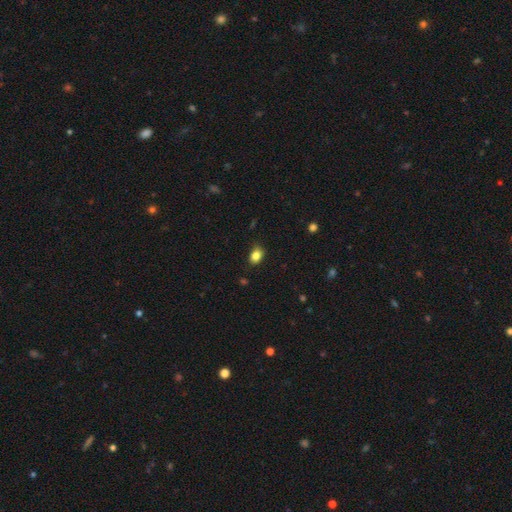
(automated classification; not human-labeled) This appears to be a smooth galaxy with no disk features (84%) that is in between round and cigar-shaped (69%). Merging: none (79%).